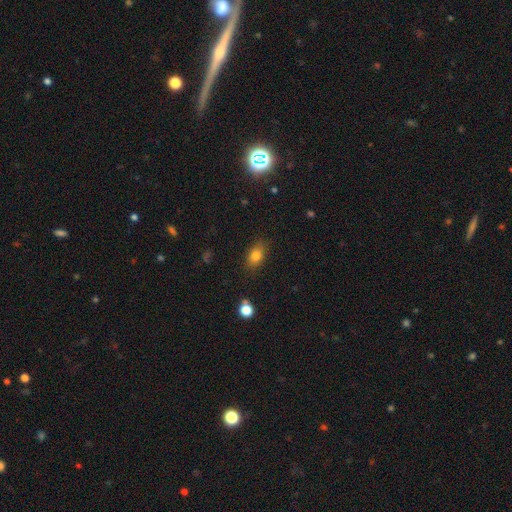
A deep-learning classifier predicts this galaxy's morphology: A smooth galaxy with no disk features (80%) that is in between round and cigar-shaped (81%). Merging: none (82%).